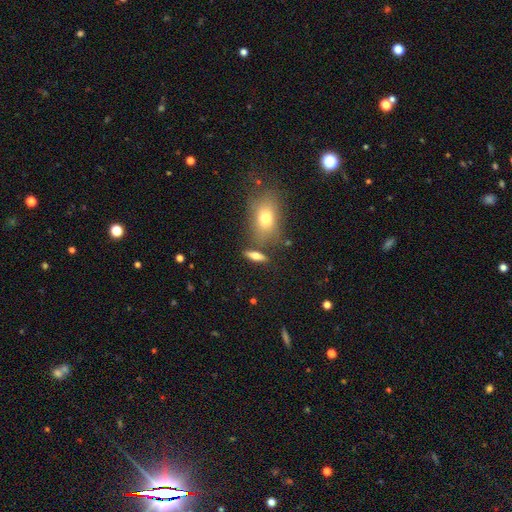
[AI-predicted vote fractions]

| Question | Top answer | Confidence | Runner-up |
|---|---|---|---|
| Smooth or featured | smooth | 60% | featured or disk (30%) |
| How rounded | in between | 47% | cigar-shaped (44%) |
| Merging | none | 72% | merger (12%) |